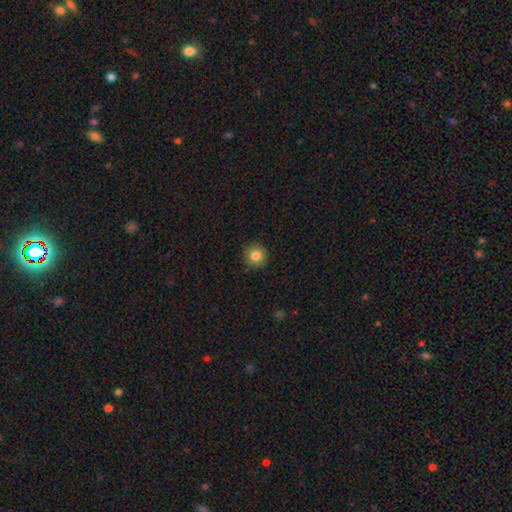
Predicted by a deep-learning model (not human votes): Smooth or featured? smooth (83%)
How rounded? round (94%)
Merging? none (90%)